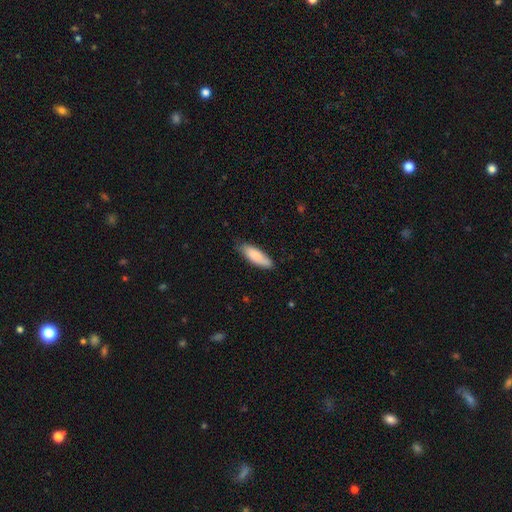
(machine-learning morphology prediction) Smooth or featured: smooth — 84% (featured or disk — 11%)
How rounded: in between — 58% (cigar-shaped — 41%)
Merging: none — 79% (minor disturbance — 18%)